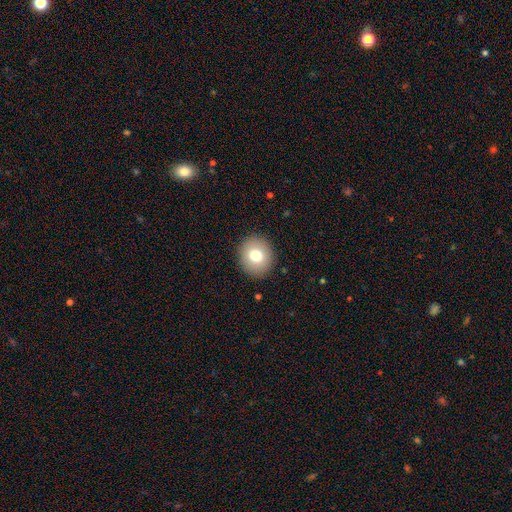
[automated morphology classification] The model was most divided on "smooth or featured": smooth: 76%, featured or disk: 14%, star or artifact: 10%. More confident: merging — none (91%); how rounded — round (84%).